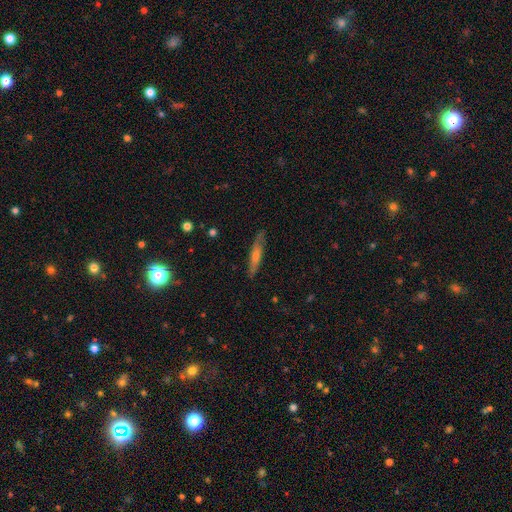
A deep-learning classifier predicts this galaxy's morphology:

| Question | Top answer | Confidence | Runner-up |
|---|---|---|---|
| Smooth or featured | featured or disk | 50% | smooth (41%) |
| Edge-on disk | yes | 78% | no (22%) |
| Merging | none | 82% | minor disturbance (14%) |